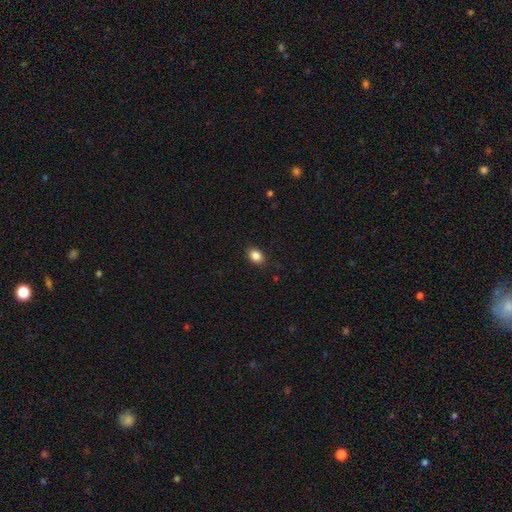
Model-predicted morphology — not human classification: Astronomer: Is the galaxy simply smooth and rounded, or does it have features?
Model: smooth — 86%.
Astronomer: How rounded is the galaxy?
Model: in between — 76%.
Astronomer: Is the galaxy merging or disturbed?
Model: none — 87%.